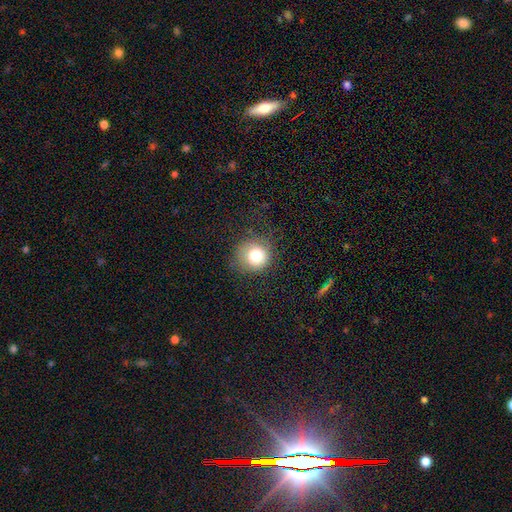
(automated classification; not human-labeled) This is likely a smooth galaxy (78%). How rounded: clearly round (90%). Merging: likely none (77%).